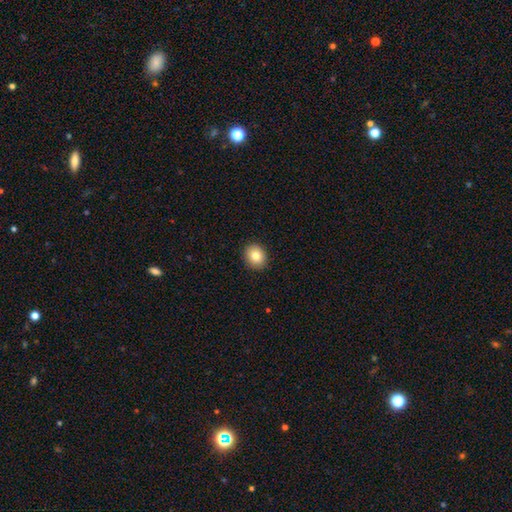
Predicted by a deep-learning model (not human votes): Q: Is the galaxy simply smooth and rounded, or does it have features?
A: smooth — 82%.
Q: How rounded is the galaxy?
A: round — 69%.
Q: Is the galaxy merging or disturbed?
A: none — 91%.